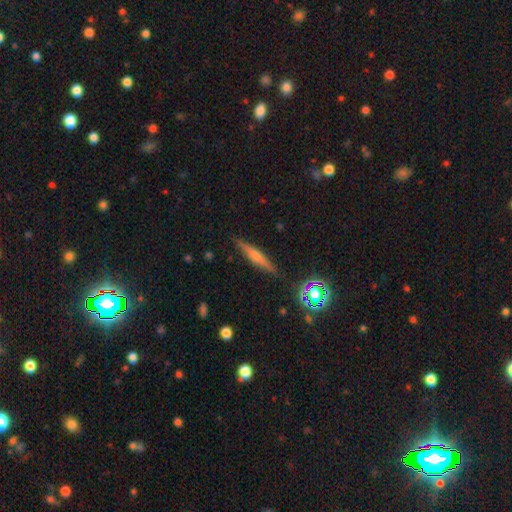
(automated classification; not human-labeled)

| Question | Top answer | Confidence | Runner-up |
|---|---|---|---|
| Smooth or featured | featured or disk | 51% | smooth (37%) |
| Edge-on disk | yes | 95% | no (5%) |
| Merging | none | 88% | minor disturbance (8%) |